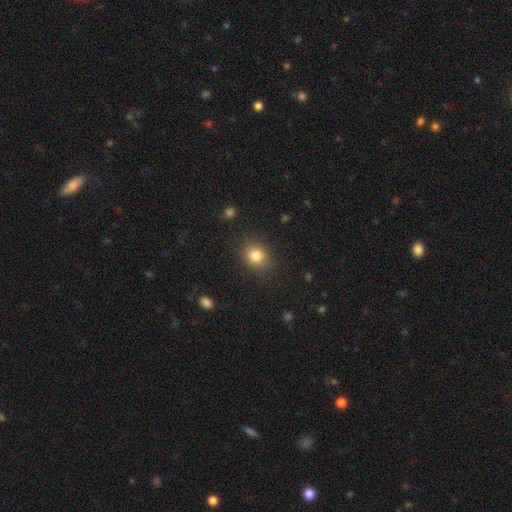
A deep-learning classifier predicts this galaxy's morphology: smooth_or_featured: smooth (p=0.82) [alt: star or artifact p=0.12]
how_rounded: round (p=0.67) [alt: in between p=0.32]
merging: none (p=0.86) [alt: minor disturbance p=0.10]